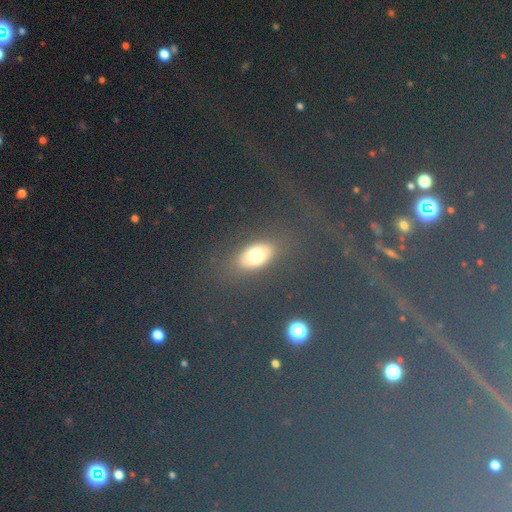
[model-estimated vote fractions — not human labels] Smooth or featured: smooth — 70% (featured or disk — 16%)
How rounded: in between — 82% (round — 13%)
Merging: none — 84% (minor disturbance — 9%)